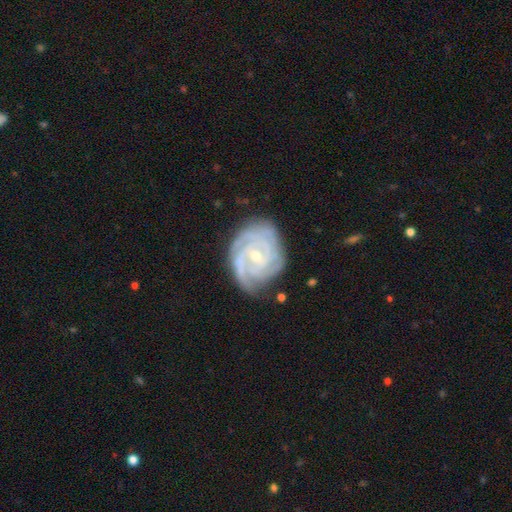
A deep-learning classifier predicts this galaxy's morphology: Overall: featured or disk (89%). Edge-on disk: no (98%). Bar: no (50%; weak 39%). Spiral arms: yes (98%). Spiral arm count: 3 (33%; 4 21%). Spiral winding: tight (77%). Bulge size: small (67%; moderate 29%). Merging: none (74%).